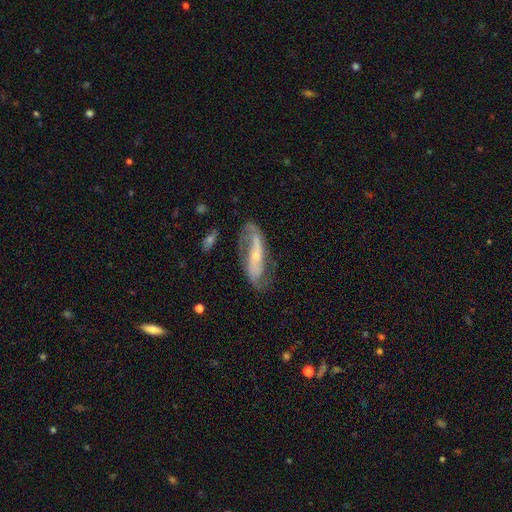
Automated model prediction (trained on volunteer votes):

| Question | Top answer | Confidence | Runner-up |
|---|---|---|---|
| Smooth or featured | featured or disk | 81% | smooth (13%) |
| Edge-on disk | no | 87% | yes (13%) |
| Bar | strong | 40% | no (35%) |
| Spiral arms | yes | 90% | no (10%) |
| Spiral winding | loose | 40% | medium (38%) |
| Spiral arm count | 2 | 84% | can't tell (8%) |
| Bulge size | small | 68% | moderate (28%) |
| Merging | none | 64% | minor disturbance (20%) |